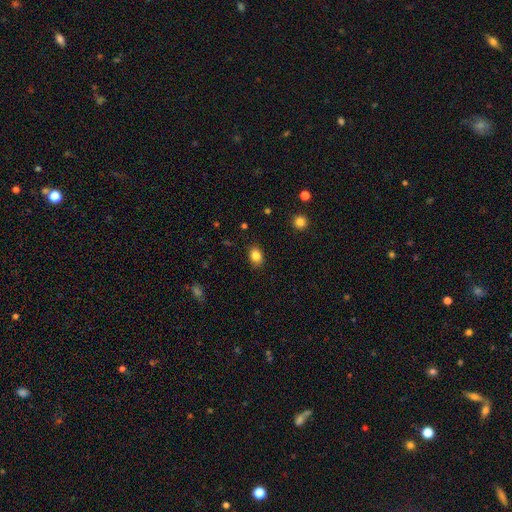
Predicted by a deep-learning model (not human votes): Overall: smooth (84%). How rounded: in between (67%; round 32%). Merging: none (87%).